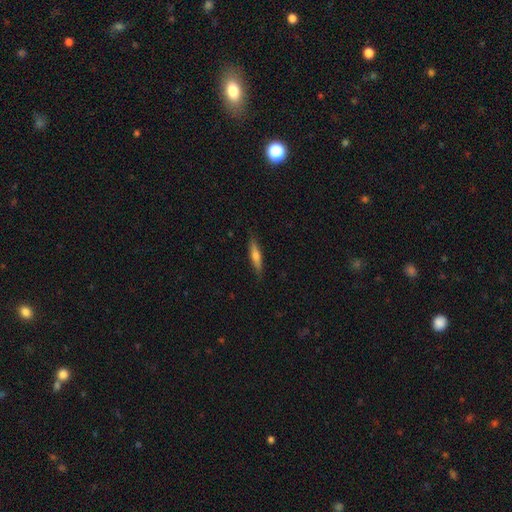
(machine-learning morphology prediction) Smooth or featured?
  - smooth: 52% *
  - featured or disk: 42%
  - star or artifact: 6%
How rounded?
  - cigar-shaped: 85% *
  - in between: 13%
  - round: 2%
Merging?
  - none: 86% *
  - minor disturbance: 11%
  - major disturbance: 2%
  - merger: 1%